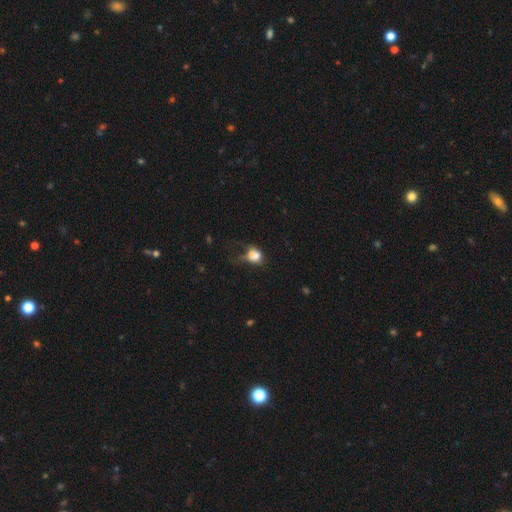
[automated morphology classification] A smooth galaxy with no disk features (77%) that is round (54%). Merging: major disturbance (38%).